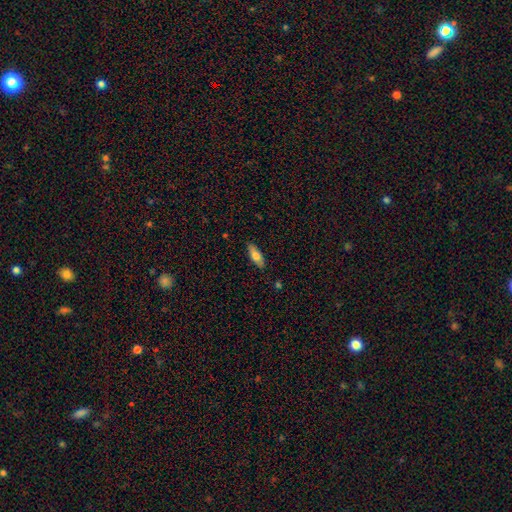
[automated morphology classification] Q: Smooth or featured?
A: smooth (73%); runner-up: featured or disk (21%)
Q: How rounded?
A: in between (72%); runner-up: cigar-shaped (26%)
Q: Merging?
A: none (86%); runner-up: minor disturbance (10%)